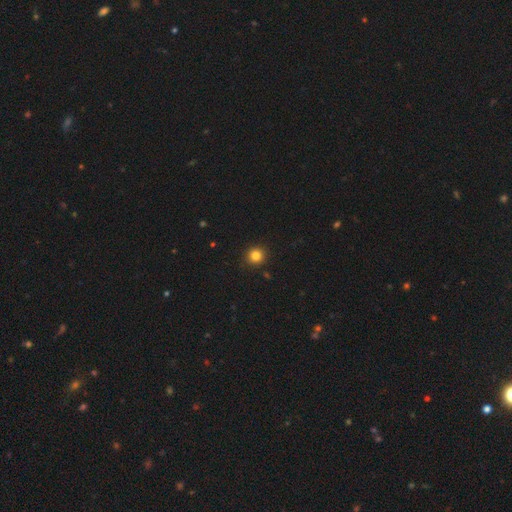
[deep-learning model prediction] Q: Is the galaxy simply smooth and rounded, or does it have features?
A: smooth — 83%.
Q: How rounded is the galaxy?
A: round — 93%.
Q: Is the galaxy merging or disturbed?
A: none — 92%.